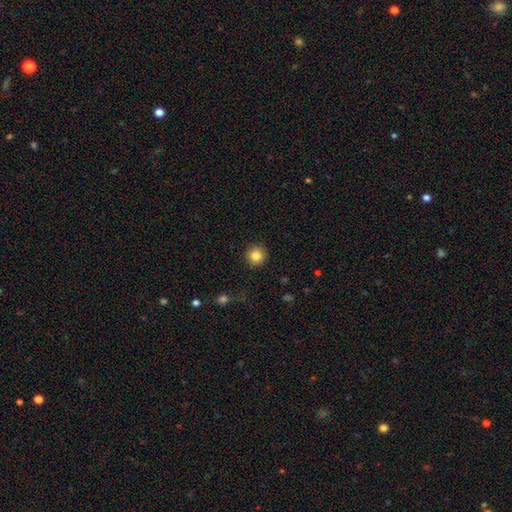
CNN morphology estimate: smooth_or_featured: smooth (p=0.85) [alt: star or artifact p=0.10]
how_rounded: round (p=0.94) [alt: in between p=0.05]
merging: none (p=0.91) [alt: minor disturbance p=0.06]